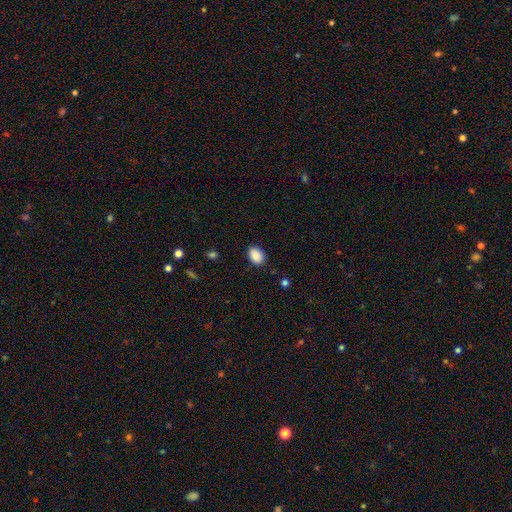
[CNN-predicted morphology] A smooth galaxy with no disk features (89%) that is in between round and cigar-shaped (76%). Merging: none (86%).